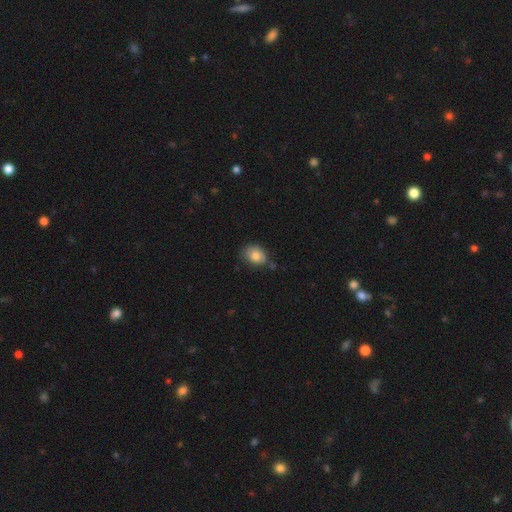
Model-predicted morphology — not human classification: A smooth galaxy with no disk features (80%) that is in between round and cigar-shaped (65%). Merging: none (65%).